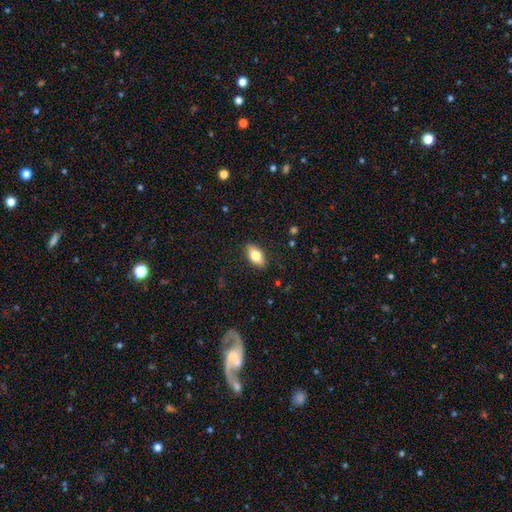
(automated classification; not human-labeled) Smooth or featured? smooth (75%)
How rounded? in between (88%)
Merging? none (88%)